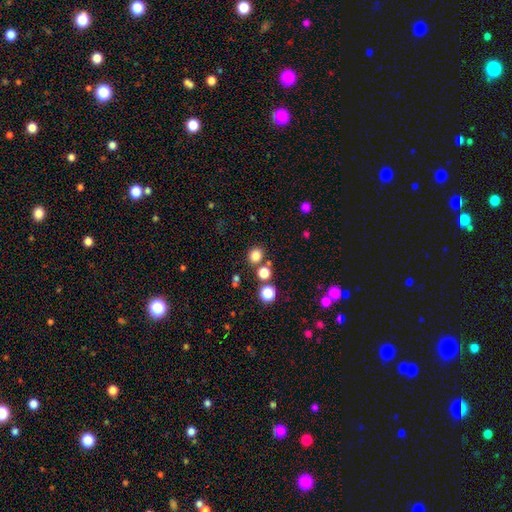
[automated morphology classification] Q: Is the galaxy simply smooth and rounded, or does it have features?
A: smooth — 81%.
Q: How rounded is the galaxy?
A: round — 81%.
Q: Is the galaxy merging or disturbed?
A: none — 80%.